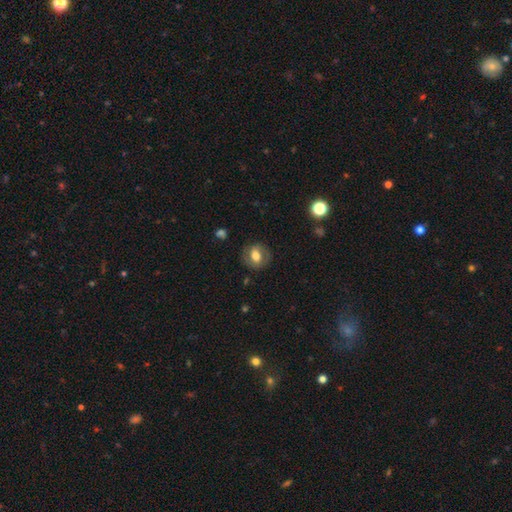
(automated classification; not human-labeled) Smooth or featured?
  - smooth: 60% *
  - featured or disk: 32%
  - star or artifact: 8%
How rounded?
  - round: 61% *
  - in between: 38%
  - cigar-shaped: 1%
Merging?
  - none: 80% *
  - minor disturbance: 13%
  - major disturbance: 6%
  - merger: 1%